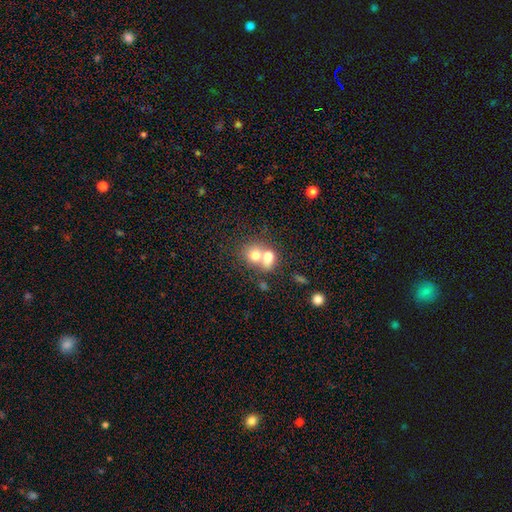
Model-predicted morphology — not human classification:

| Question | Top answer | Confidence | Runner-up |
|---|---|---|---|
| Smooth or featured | smooth | 72% | featured or disk (18%) |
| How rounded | round | 62% | in between (37%) |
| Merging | merger | 70% | none (21%) |